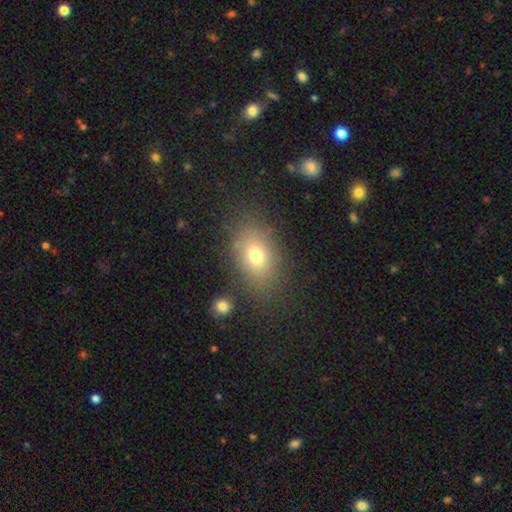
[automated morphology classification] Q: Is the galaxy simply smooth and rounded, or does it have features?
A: smooth — 73%.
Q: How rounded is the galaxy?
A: in between — 80%.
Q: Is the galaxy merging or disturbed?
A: none — 79%.